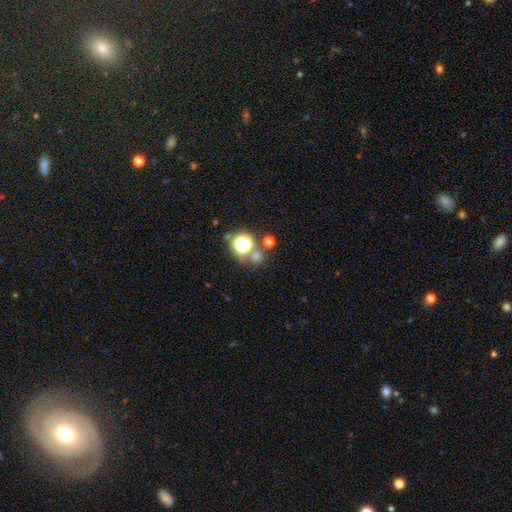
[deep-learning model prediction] This is possibly a star or artifact rather than a galaxy (47%).